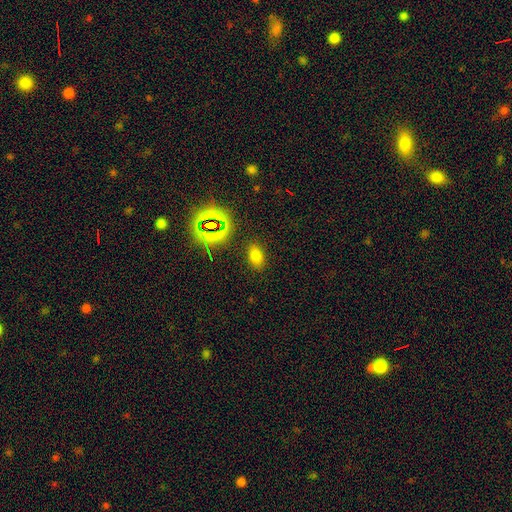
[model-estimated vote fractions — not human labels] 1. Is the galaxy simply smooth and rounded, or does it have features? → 70% smooth, 22% star or artifact, 8% featured or disk.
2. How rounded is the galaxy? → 85% in between, 14% round, 2% cigar-shaped.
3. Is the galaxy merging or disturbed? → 85% none, 9% minor disturbance, 3% major disturbance, 2% merger.